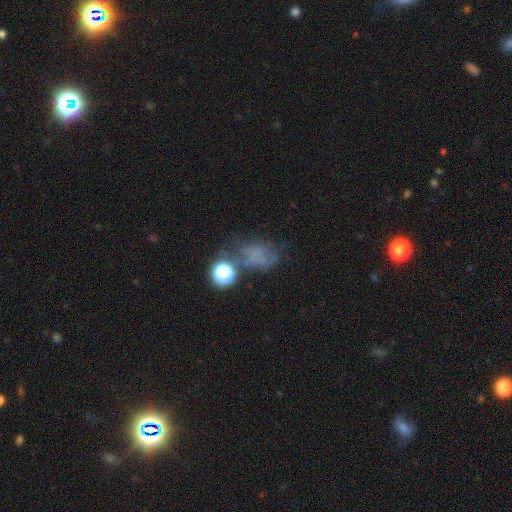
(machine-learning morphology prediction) Smooth or featured? smooth (45%)
Merging? none (41%)